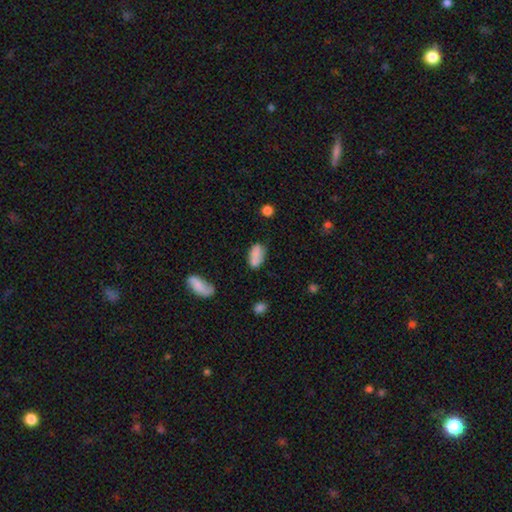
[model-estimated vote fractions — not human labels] A smooth galaxy with no disk features (77%) that is in between round and cigar-shaped (91%).

Vote fractions:
- Smooth or featured? smooth: 77% / featured or disk: 14% / star or artifact: 9%
- How rounded? in between: 91% / cigar-shaped: 5% / round: 4%
- Merging? none: 61% / minor disturbance: 24% / major disturbance: 8% / merger: 8%